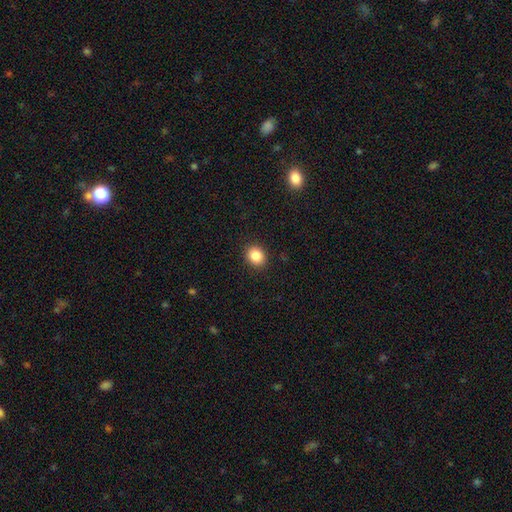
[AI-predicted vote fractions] A smooth galaxy with no disk features (86%) that is round (65%).

Vote fractions:
- Smooth or featured? smooth: 86% / star or artifact: 10% / featured or disk: 4%
- How rounded? round: 65% / in between: 34% / cigar-shaped: 1%
- Merging? none: 90% / minor disturbance: 7% / major disturbance: 2% / merger: 1%